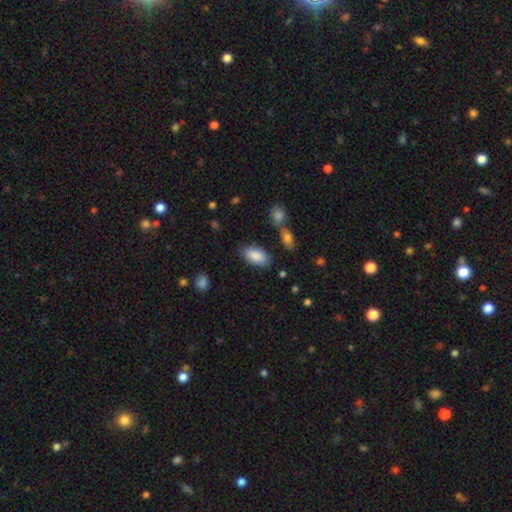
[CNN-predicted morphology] type=smooth (87%); roundness=in between (94%); merging=none (79%).